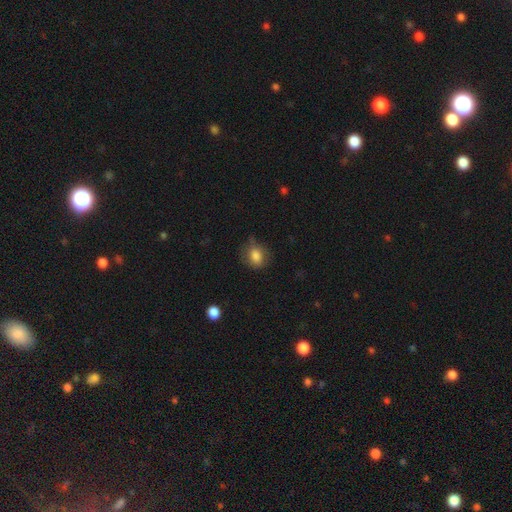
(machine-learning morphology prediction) smooth 82%, star or artifact 9%, featured or disk 8%. Down the decision tree: how rounded — round (58%); merging — none (66%).